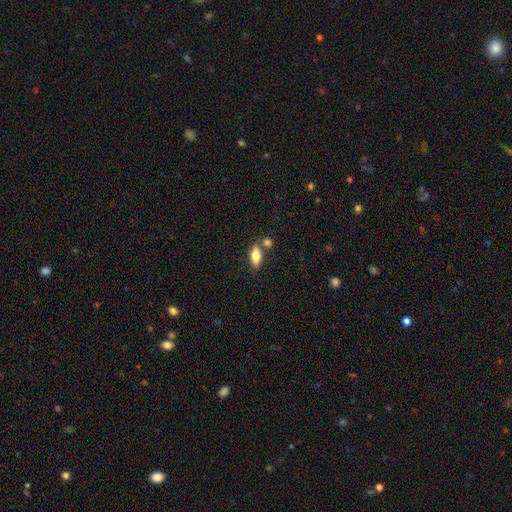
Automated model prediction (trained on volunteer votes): A smooth galaxy with no disk features (67%) that is in between round and cigar-shaped (78%). Merging: none (68%).